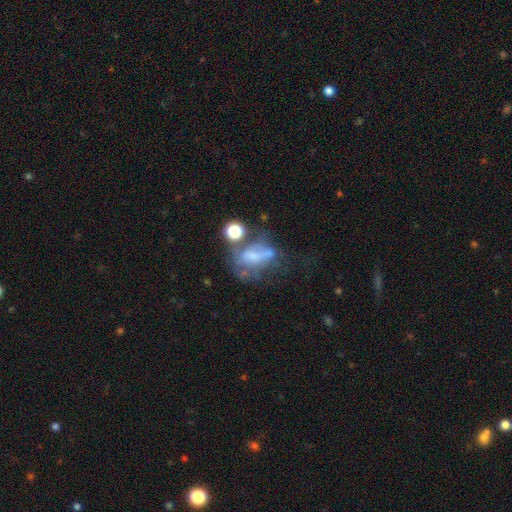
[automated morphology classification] This appears to be a featured or disk galaxy (43%). Merging: major disturbance (32%).